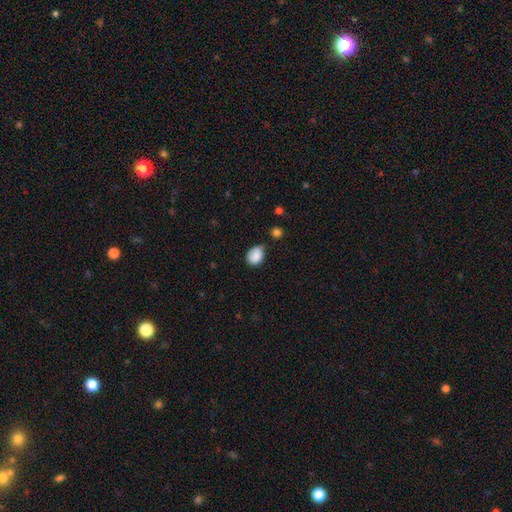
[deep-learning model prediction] smooth 85%, star or artifact 8%, featured or disk 7%. Down the decision tree: how rounded — in between (60%); merging — none (56%).